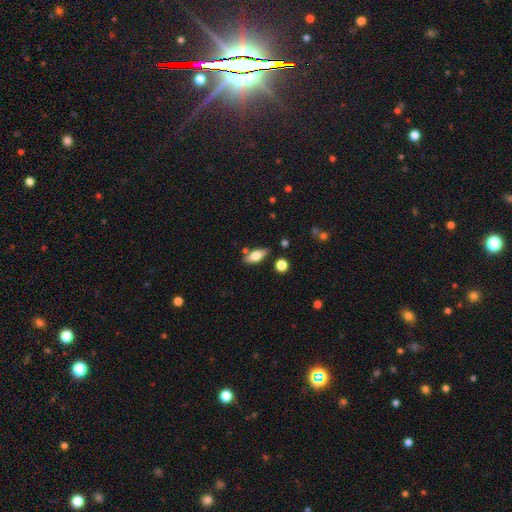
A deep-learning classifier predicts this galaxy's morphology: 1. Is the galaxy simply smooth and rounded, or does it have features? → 63% smooth, 30% featured or disk, 7% star or artifact.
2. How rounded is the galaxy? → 77% in between, 20% cigar-shaped, 4% round.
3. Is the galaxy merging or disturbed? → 78% none, 13% minor disturbance, 6% merger, 3% major disturbance.